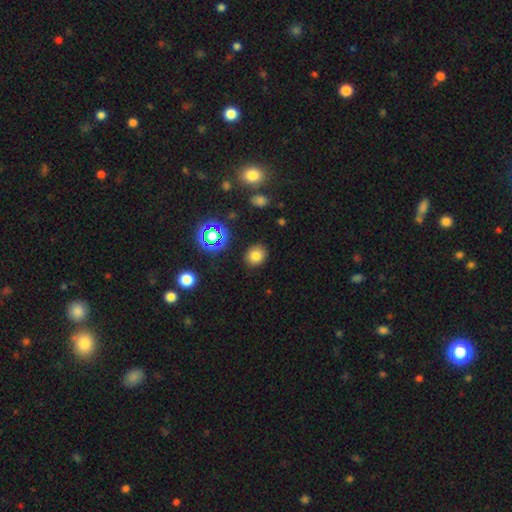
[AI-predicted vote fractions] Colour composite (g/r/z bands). It shows a smooth galaxy with no disk features (77%) that is round (69%). Merging: none (88%).